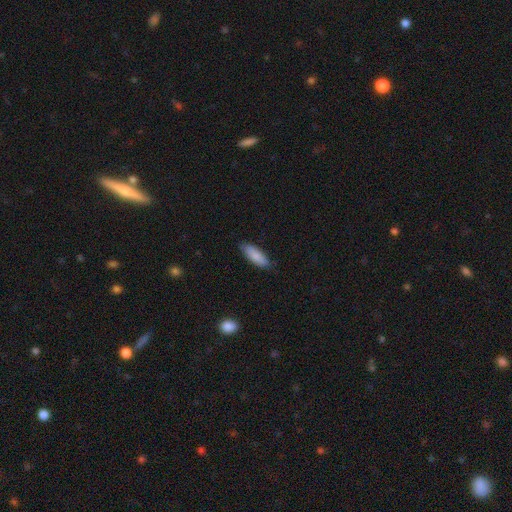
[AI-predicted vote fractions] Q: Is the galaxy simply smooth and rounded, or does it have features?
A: smooth — 86%.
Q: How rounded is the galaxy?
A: in between — 62%.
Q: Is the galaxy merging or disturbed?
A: none — 84%.